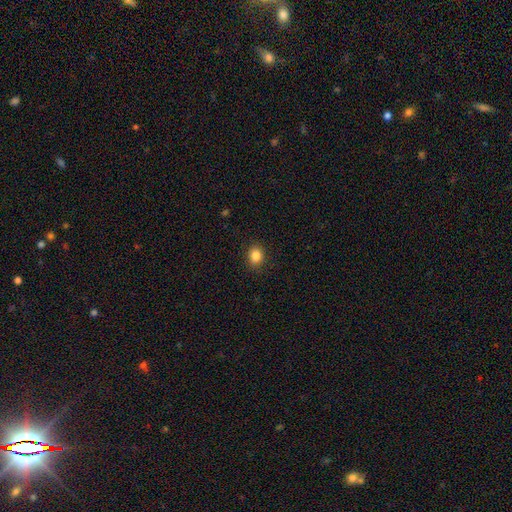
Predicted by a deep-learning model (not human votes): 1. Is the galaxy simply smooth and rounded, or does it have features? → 85% smooth, 10% star or artifact, 4% featured or disk.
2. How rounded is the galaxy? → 60% round, 39% in between, 1% cigar-shaped.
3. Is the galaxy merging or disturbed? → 89% none, 8% minor disturbance, 2% major disturbance, 1% merger.